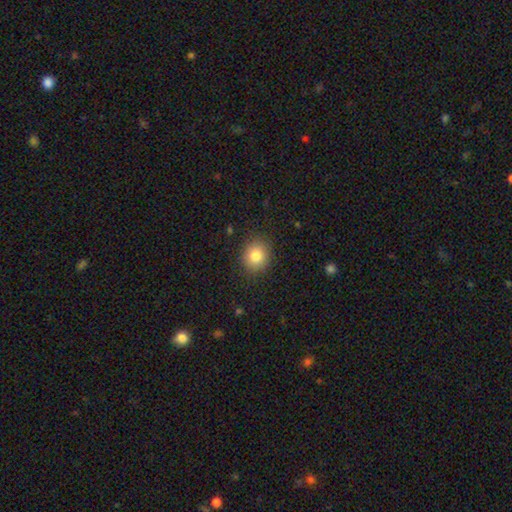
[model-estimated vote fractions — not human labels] Smooth or featured? Predicted: smooth (p=0.82). How rounded? Predicted: round (p=0.77). Merging? Predicted: none (p=0.87).